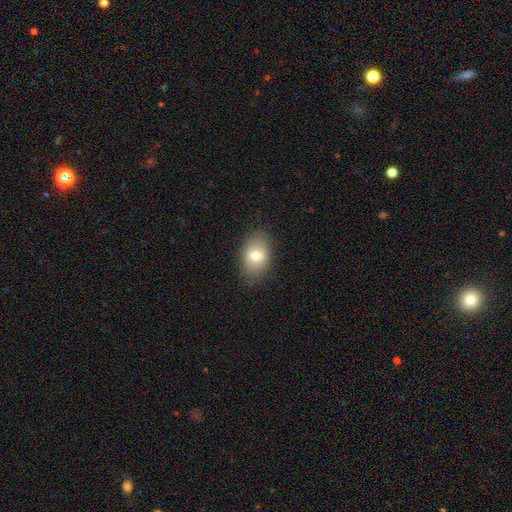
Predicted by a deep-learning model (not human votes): Q: Smooth or featured?
A: smooth (74%); runner-up: featured or disk (17%)
Q: How rounded?
A: in between (84%); runner-up: round (15%)
Q: Merging?
A: none (85%); runner-up: minor disturbance (11%)